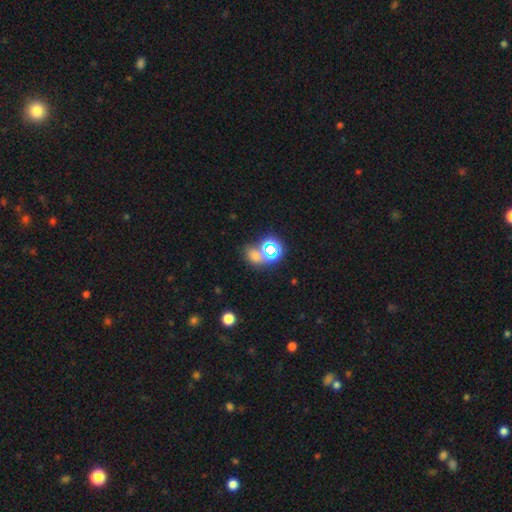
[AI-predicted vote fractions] smooth 47%, star or artifact 44%, featured or disk 9%. Down the decision tree: merging — none (58%).